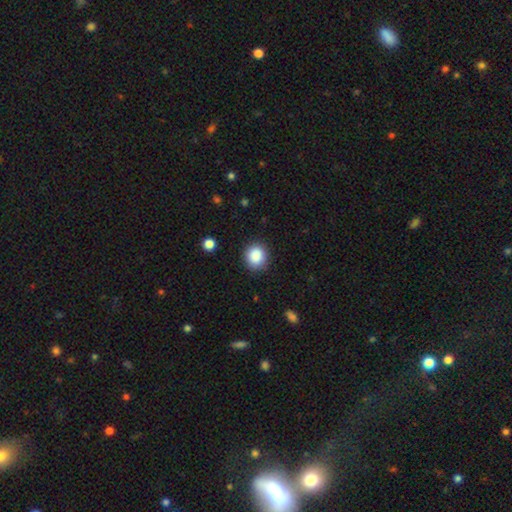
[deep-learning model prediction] Q: Smooth or featured?
A: smooth (87%); runner-up: star or artifact (9%)
Q: How rounded?
A: round (80%); runner-up: in between (19%)
Q: Merging?
A: none (88%); runner-up: minor disturbance (8%)